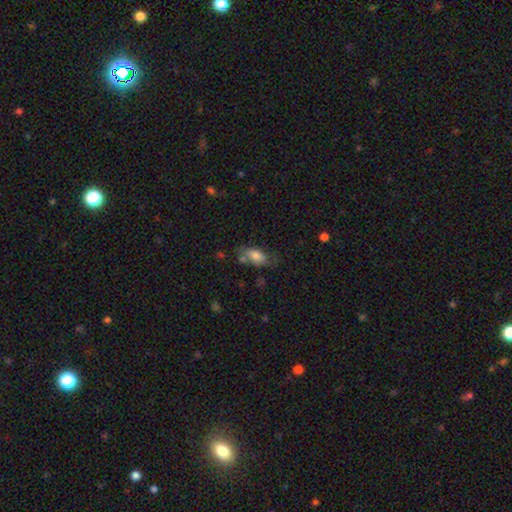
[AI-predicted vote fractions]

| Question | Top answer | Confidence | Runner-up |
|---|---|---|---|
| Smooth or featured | smooth | 75% | featured or disk (18%) |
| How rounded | in between | 87% | cigar-shaped (8%) |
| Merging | none | 53% | minor disturbance (26%) |